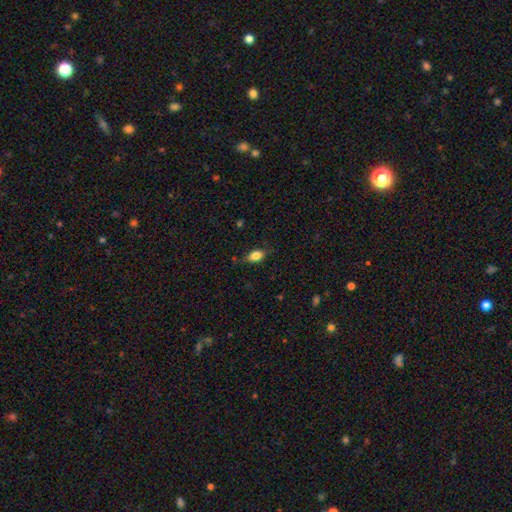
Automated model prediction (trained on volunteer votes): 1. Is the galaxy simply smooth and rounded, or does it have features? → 79% smooth, 12% featured or disk, 9% star or artifact.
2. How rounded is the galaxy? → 82% in between, 11% round, 7% cigar-shaped.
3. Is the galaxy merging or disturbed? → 75% none, 19% minor disturbance, 4% major disturbance, 1% merger.